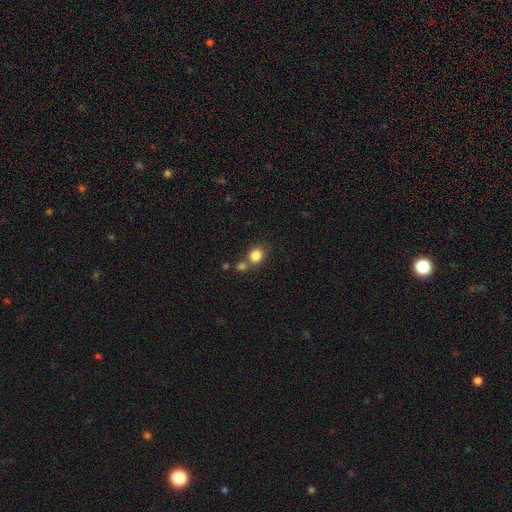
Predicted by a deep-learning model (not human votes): Smooth or featured?
  - smooth: 84% *
  - star or artifact: 11%
  - featured or disk: 6%
How rounded?
  - round: 79% *
  - in between: 20%
  - cigar-shaped: 1%
Merging?
  - none: 63% *
  - merger: 25%
  - minor disturbance: 9%
  - major disturbance: 3%